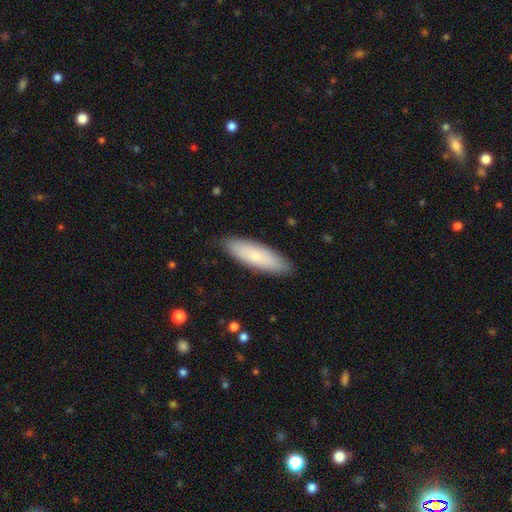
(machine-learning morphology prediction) type=smooth (77%); roundness=cigar-shaped (55%); merging=none (87%).